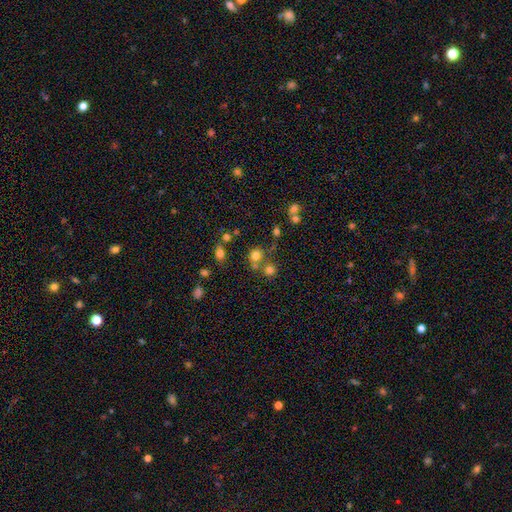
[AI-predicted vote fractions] The model was most divided on "merging": none: 62%, merger: 25%, minor disturbance: 9%, major disturbance: 4%. More confident: how rounded — round (85%); smooth or featured — smooth (72%).